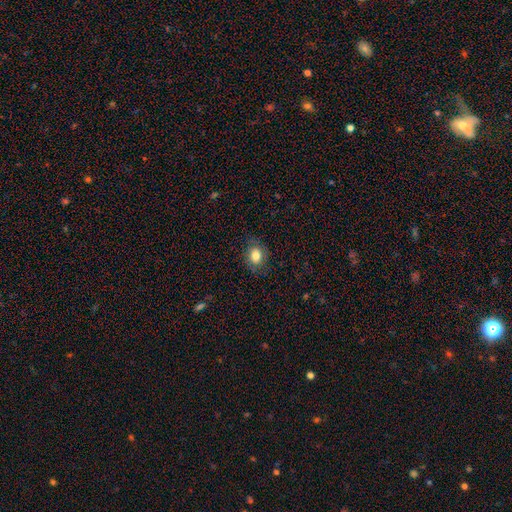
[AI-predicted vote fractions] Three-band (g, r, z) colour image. It shows a smooth galaxy with no disk features (80%) that is in between round and cigar-shaped (53%). Merging: none (80%).